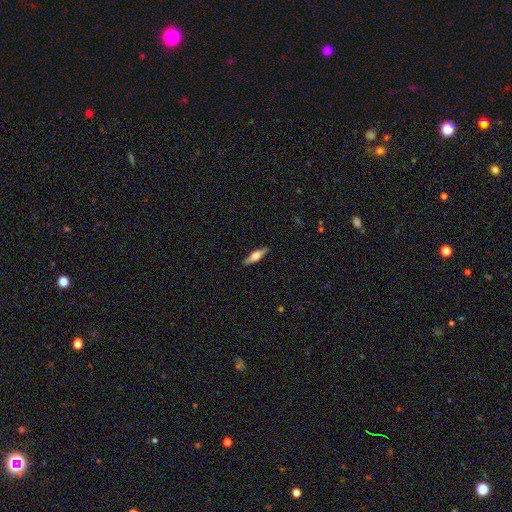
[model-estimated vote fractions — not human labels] Smooth or featured?
  - smooth: 55% *
  - featured or disk: 39%
  - star or artifact: 6%
How rounded?
  - cigar-shaped: 60% *
  - in between: 38%
  - round: 2%
Merging?
  - none: 87% *
  - minor disturbance: 10%
  - major disturbance: 2%
  - merger: 1%